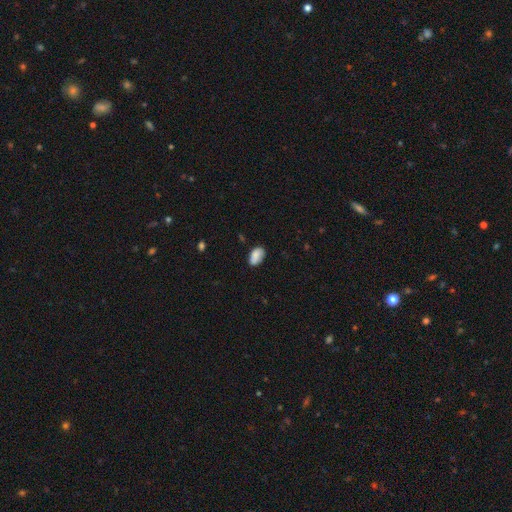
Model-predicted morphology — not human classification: Smooth or featured? Predicted: smooth (p=0.80). How rounded? Predicted: in between (p=0.92). Merging? Predicted: none (p=0.72).